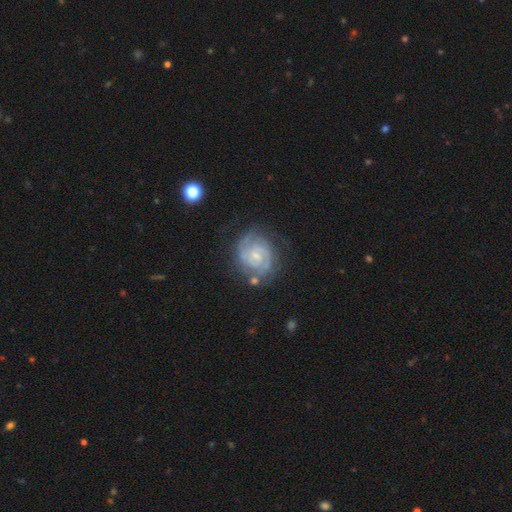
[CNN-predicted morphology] featured or disk 86%, smooth 9%, star or artifact 5%. Down the decision tree: edge-on disk — no (98%); bar — no (52%); spiral arms — yes (97%); spiral arm count — 2 (62%); spiral winding — tight (63%); bulge size — small (67%); merging — none (71%).